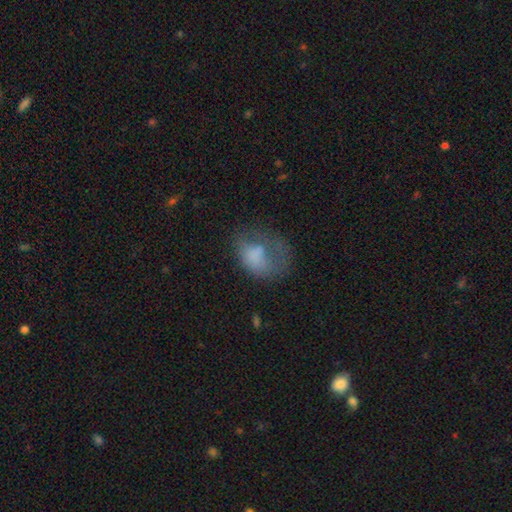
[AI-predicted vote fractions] The model was most divided on "merging": major disturbance: 48%, none: 26%, minor disturbance: 22%, merger: 3%. More confident: how rounded — in between (66%); smooth or featured — smooth (62%).